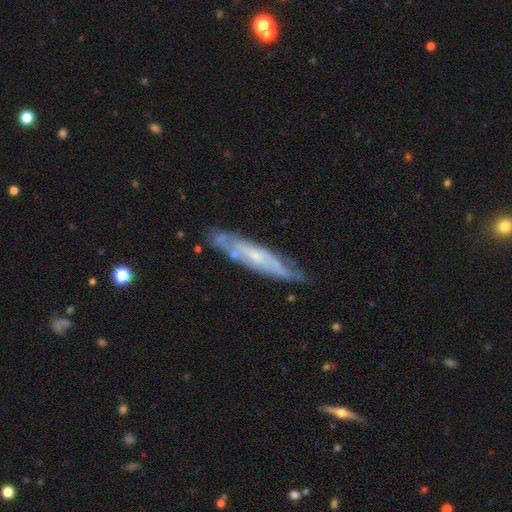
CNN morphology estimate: Q: Smooth or featured?
A: featured or disk (65%); runner-up: smooth (29%)
Q: Edge-on disk?
A: yes (52%); runner-up: no (48%)
Q: Merging?
A: none (69%); runner-up: minor disturbance (22%)